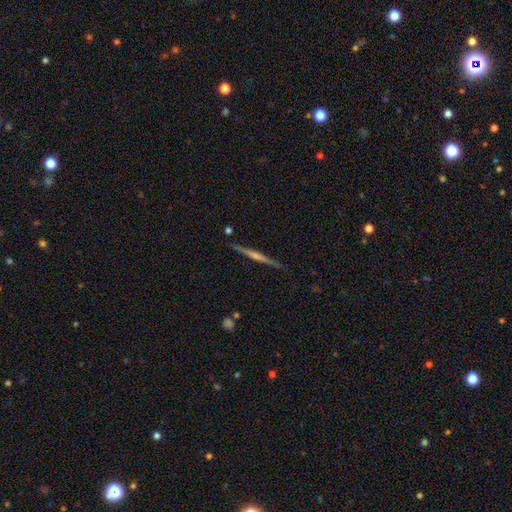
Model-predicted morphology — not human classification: featured or disk 73%, smooth 18%, star or artifact 9%. Down the decision tree: edge-on disk — yes (97%); edge-on bulge — rounded (68%); merging — none (88%).